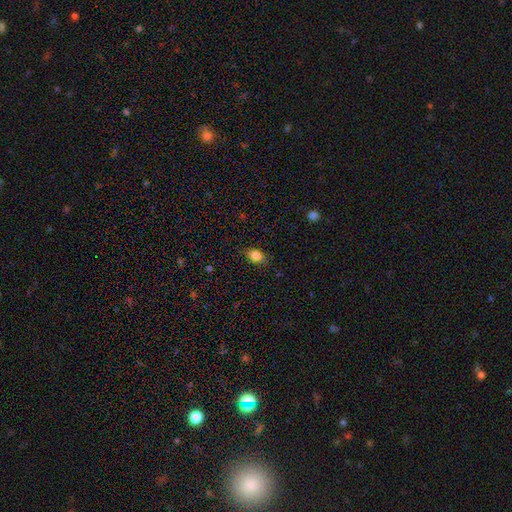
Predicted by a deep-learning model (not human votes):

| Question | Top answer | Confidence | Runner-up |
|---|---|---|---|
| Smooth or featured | smooth | 84% | star or artifact (10%) |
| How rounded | in between | 69% | round (29%) |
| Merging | none | 84% | minor disturbance (12%) |